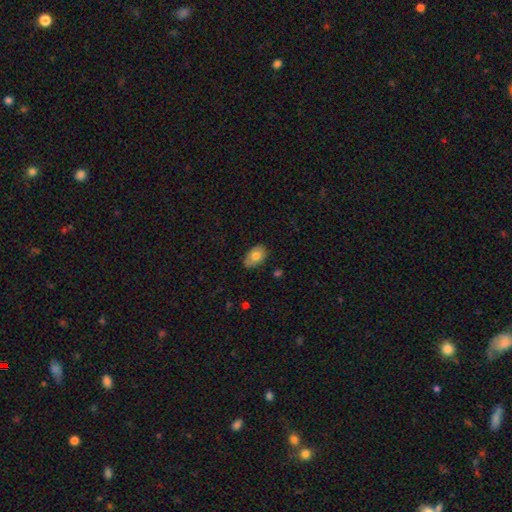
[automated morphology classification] The model was most divided on "smooth or featured": smooth: 74%, featured or disk: 19%, star or artifact: 7%. More confident: how rounded — in between (88%); merging — none (77%).